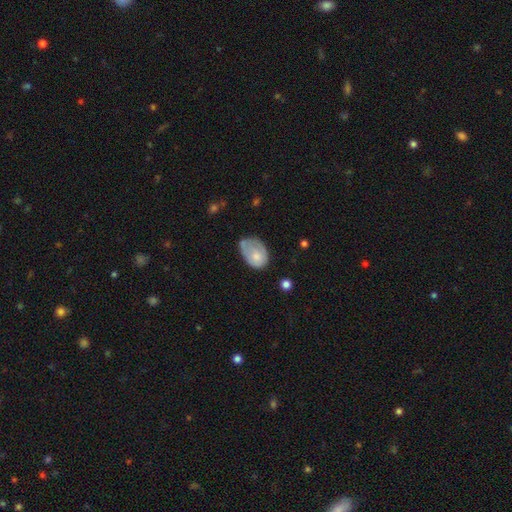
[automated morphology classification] smooth_or_featured: smooth (p=0.67) [alt: featured or disk p=0.26]
how_rounded: in between (p=0.83) [alt: round p=0.16]
merging: minor disturbance (p=0.42) [alt: none p=0.31]